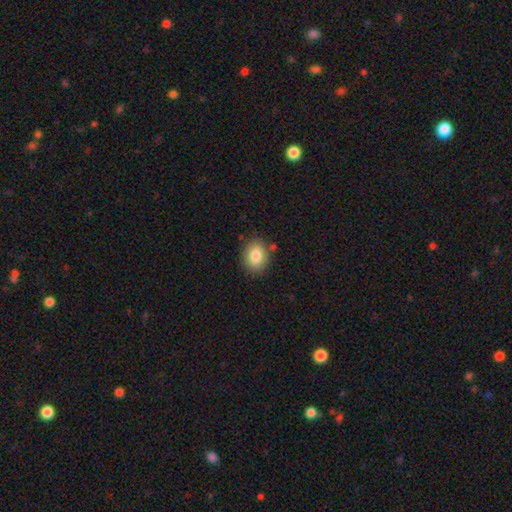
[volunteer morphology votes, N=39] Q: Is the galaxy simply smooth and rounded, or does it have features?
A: smooth — 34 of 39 (87%).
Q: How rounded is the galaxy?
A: in between — 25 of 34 (74%).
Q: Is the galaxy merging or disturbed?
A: none — 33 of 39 (85%).